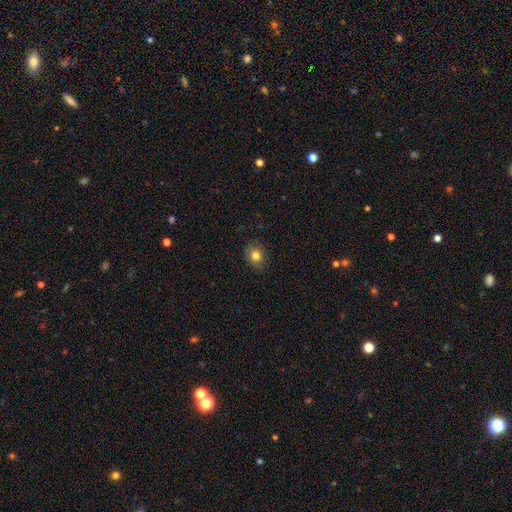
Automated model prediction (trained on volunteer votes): Overall: smooth (78%). How rounded: round (53%; in between 46%). Merging: none (82%).